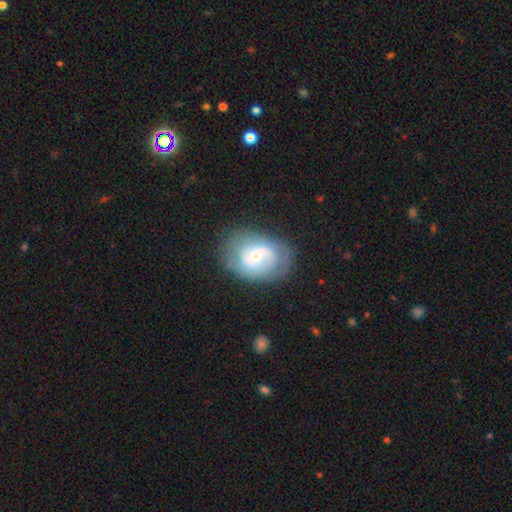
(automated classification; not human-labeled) Smooth or featured?
  - featured or disk: 64% *
  - smooth: 29%
  - star or artifact: 7%
Edge-on disk?
  - no: 96% *
  - yes: 4%
Bar?
  - no: 52% *
  - weak: 37%
  - strong: 11%
Spiral arms?
  - yes: 74% *
  - no: 26%
Bulge size?
  - small: 58% *
  - moderate: 35%
  - large: 4%
  - none: 2%
  - dominant: 1%
Merging?
  - none: 69% *
  - minor disturbance: 18%
  - major disturbance: 10%
  - merger: 3%